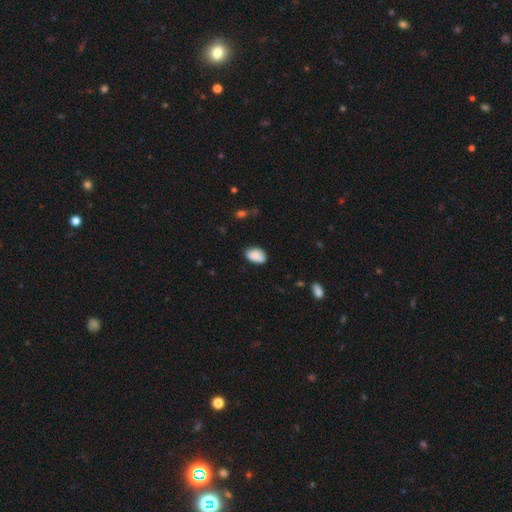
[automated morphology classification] The model was most divided on "merging": none: 74%, minor disturbance: 21%, major disturbance: 3%, merger: 2%. More confident: how rounded — in between (91%); smooth or featured — smooth (87%).